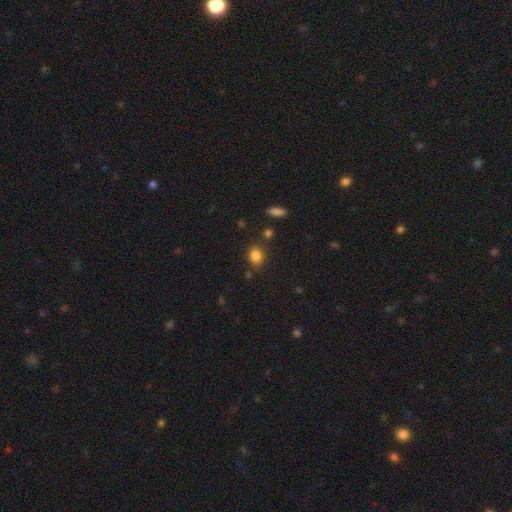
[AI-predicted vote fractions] The model was most divided on "how rounded": round: 56%, in between: 43%, cigar-shaped: 1%. More confident: smooth or featured — smooth (84%); merging — none (79%).